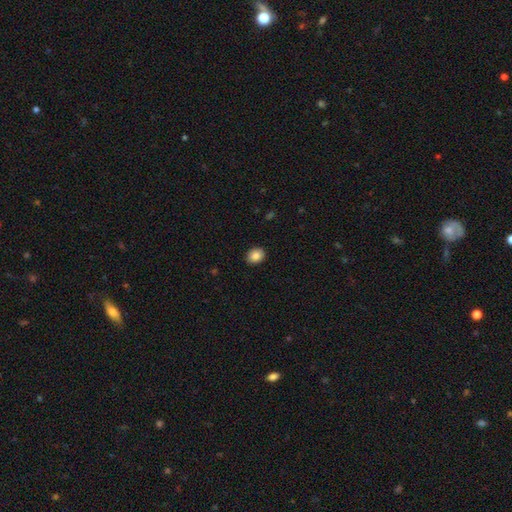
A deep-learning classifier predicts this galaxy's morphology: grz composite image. It shows a smooth galaxy with no disk features (85%) that is in between round and cigar-shaped (56%). Merging: none (90%).